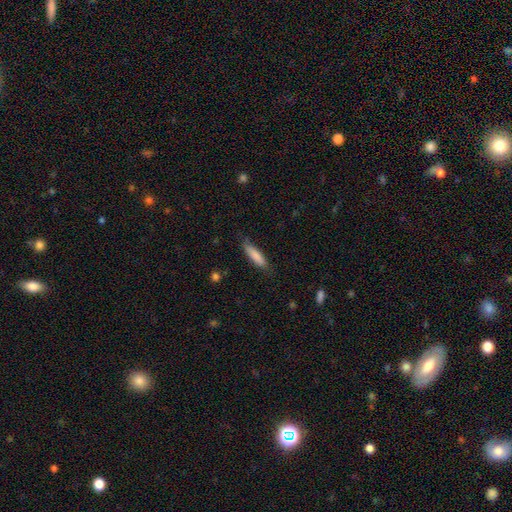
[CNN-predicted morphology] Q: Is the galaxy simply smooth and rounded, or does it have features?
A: smooth — 83%.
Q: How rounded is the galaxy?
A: cigar-shaped — 67%.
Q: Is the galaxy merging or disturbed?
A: none — 76%.